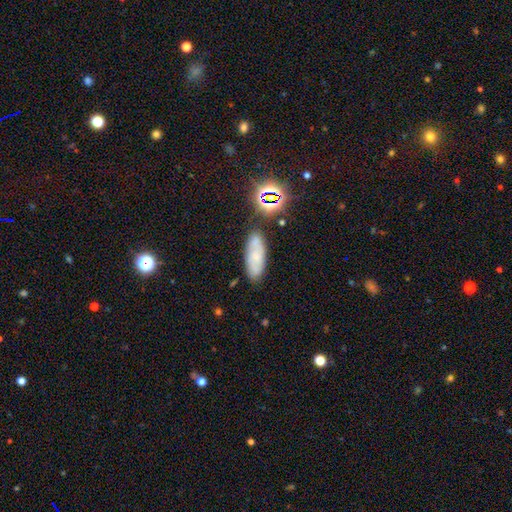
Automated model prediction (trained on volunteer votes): Overall: smooth (54%; featured or disk 28%). How rounded: in between (65%; cigar-shaped 31%). Merging: none (72%).